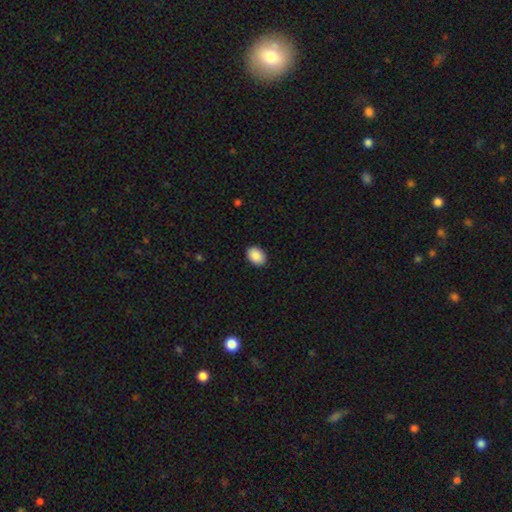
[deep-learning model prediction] This is clearly a smooth galaxy (90%). How rounded: likely in between (79%). Merging: clearly none (90%).